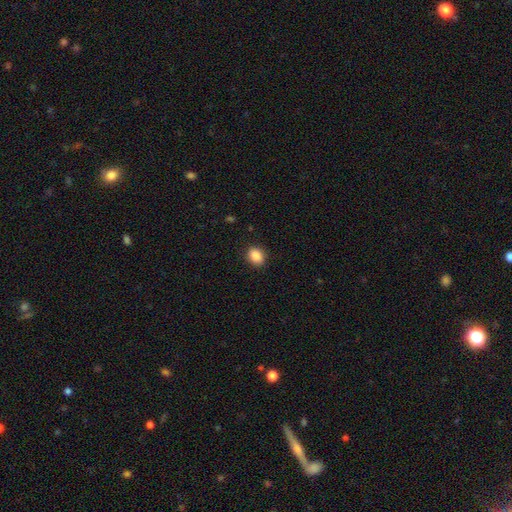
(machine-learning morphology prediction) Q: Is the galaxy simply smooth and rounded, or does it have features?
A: smooth — 88%.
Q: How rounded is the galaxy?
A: in between — 59%.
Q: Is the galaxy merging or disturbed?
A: none — 89%.